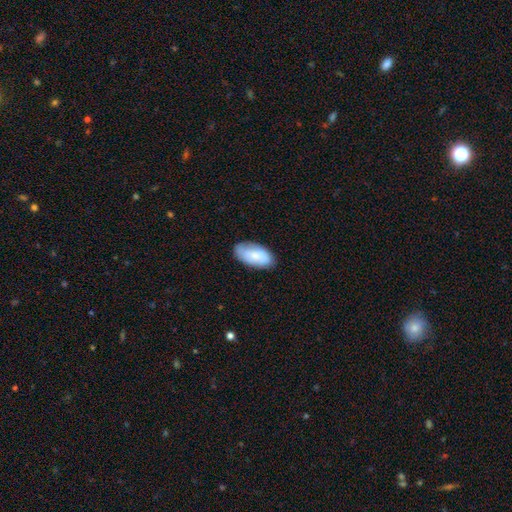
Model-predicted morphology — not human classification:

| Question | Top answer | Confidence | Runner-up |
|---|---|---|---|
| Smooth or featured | smooth | 79% | featured or disk (15%) |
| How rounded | in between | 95% | cigar-shaped (3%) |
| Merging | none | 79% | minor disturbance (17%) |